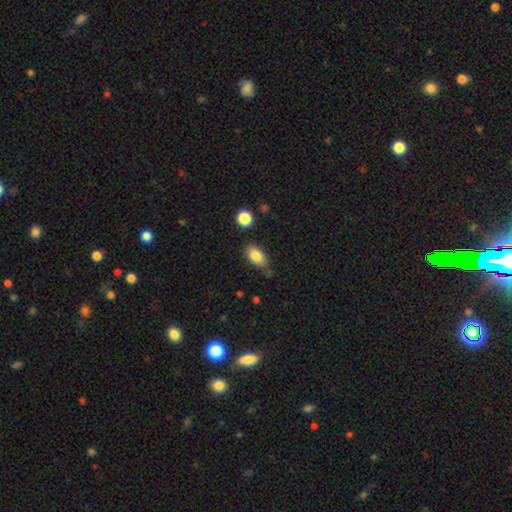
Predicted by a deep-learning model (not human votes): Q: Smooth or featured?
A: smooth (84%); runner-up: star or artifact (8%)
Q: How rounded?
A: in between (88%); runner-up: round (8%)
Q: Merging?
A: none (65%); runner-up: minor disturbance (25%)